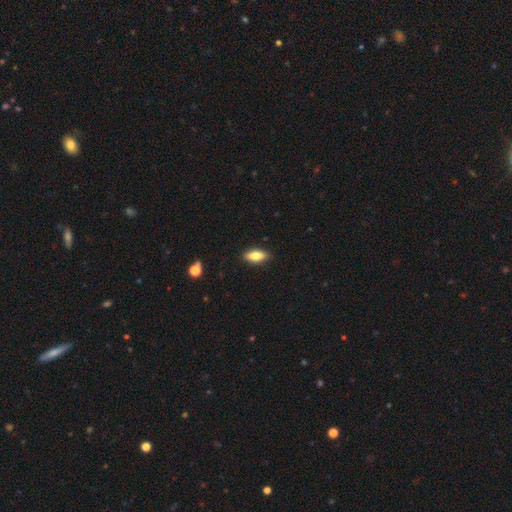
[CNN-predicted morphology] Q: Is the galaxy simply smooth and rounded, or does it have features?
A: smooth — 73%.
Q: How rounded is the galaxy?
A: in between — 79%.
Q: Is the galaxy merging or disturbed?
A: none — 88%.